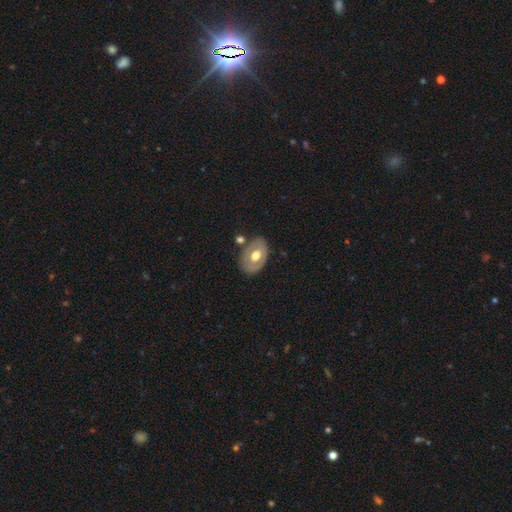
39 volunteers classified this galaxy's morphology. smooth_or_featured: smooth (p=0.51) [alt: featured or disk p=0.41]
how_rounded: in between (p=0.85) [alt: round p=0.10]
merging: none (p=0.50) [alt: minor disturbance p=0.19]